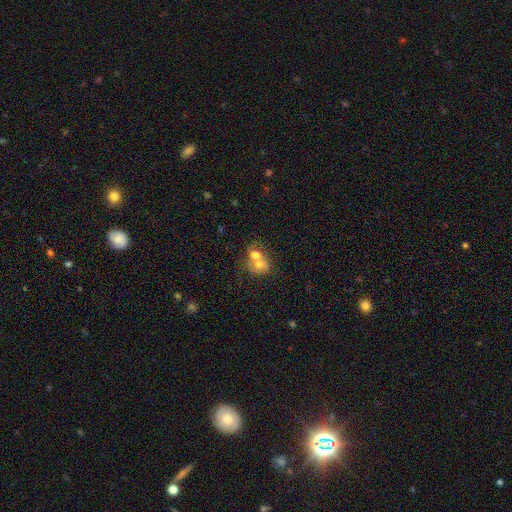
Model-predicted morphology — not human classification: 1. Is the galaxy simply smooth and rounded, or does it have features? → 63% smooth, 28% featured or disk, 9% star or artifact.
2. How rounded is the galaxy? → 56% round, 43% in between, 1% cigar-shaped.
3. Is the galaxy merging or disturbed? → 74% merger, 16% none, 6% minor disturbance, 4% major disturbance.